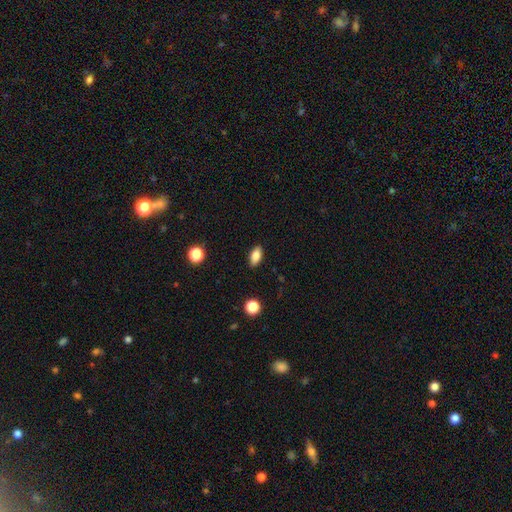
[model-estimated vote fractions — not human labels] A smooth galaxy with no disk features (83%) that is in between round and cigar-shaped (87%).

Vote fractions:
- Smooth or featured? smooth: 83% / star or artifact: 8% / featured or disk: 8%
- How rounded? in between: 87% / cigar-shaped: 7% / round: 5%
- Merging? none: 88% / minor disturbance: 9% / major disturbance: 2% / merger: 1%